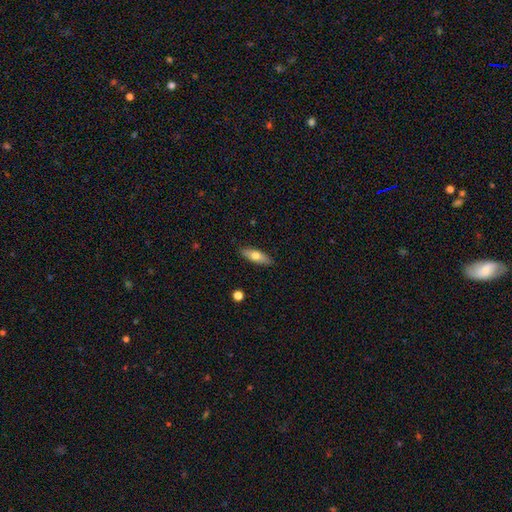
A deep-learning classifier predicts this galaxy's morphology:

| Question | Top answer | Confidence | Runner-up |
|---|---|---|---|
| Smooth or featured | smooth | 66% | featured or disk (28%) |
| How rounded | in between | 61% | cigar-shaped (37%) |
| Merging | none | 88% | minor disturbance (9%) |